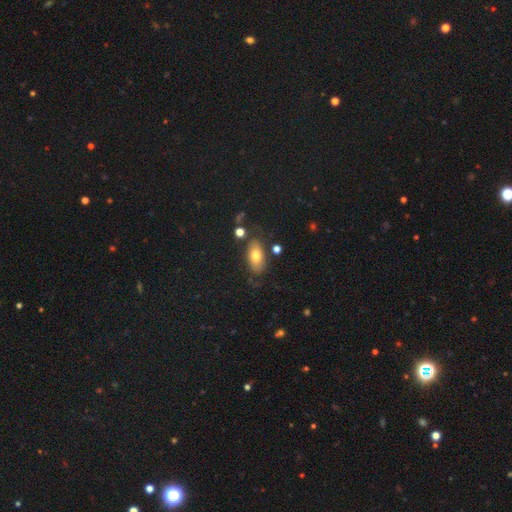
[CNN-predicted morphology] Q: Smooth or featured?
A: smooth (73%); runner-up: featured or disk (18%)
Q: How rounded?
A: in between (89%); runner-up: round (6%)
Q: Merging?
A: none (73%); runner-up: minor disturbance (16%)